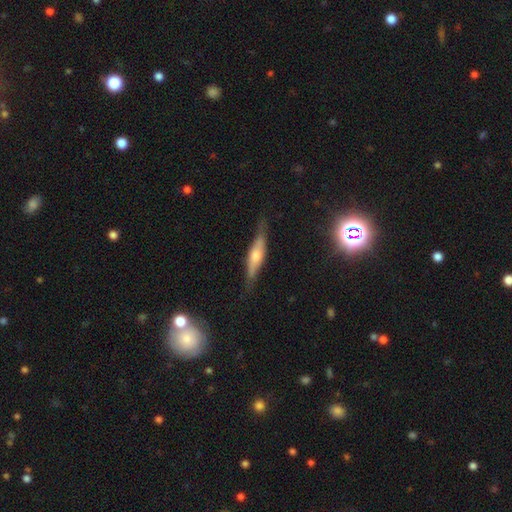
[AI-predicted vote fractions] This is likely a featured or disk galaxy (65%). It is clearly viewed edge-on (89%). Edge-on bulge: clearly rounded (80%). Merging: likely none (78%).